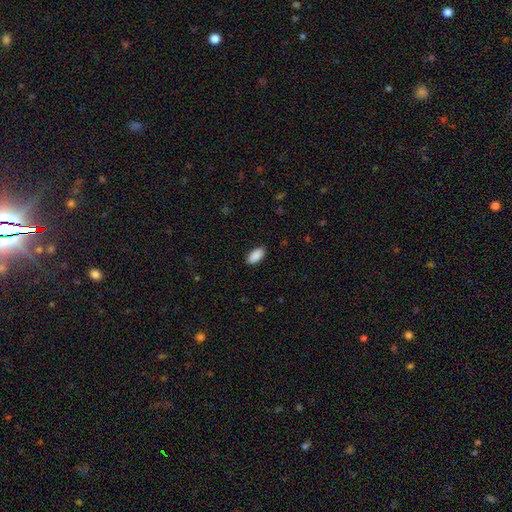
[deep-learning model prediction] Smooth or featured: smooth — 91% (star or artifact — 6%)
How rounded: in between — 91% (cigar-shaped — 7%)
Merging: none — 89% (minor disturbance — 8%)